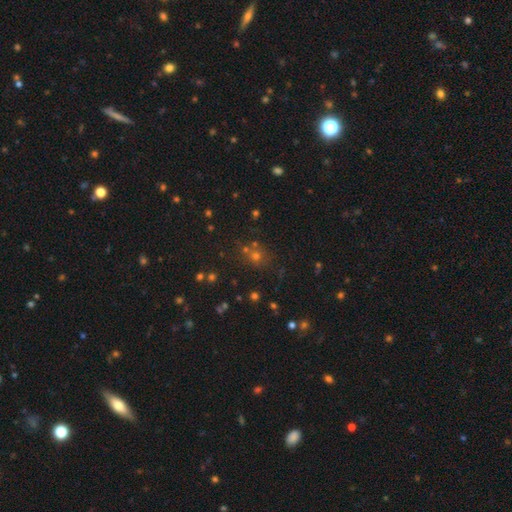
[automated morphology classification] This appears to be a smooth galaxy with no disk features (52%) that is round (85%). Merging: none (72%).